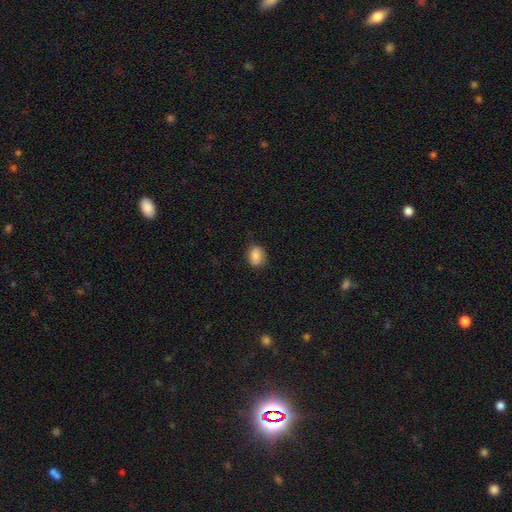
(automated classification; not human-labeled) A smooth galaxy with no disk features (85%) that is in between round and cigar-shaped (66%). Merging: none (77%).